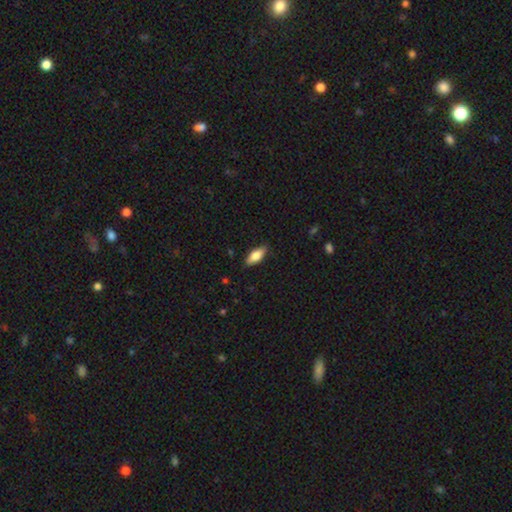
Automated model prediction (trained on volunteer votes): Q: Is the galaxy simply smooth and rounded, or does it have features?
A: smooth — 76%.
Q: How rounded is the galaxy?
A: in between — 79%.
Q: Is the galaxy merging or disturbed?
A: none — 85%.